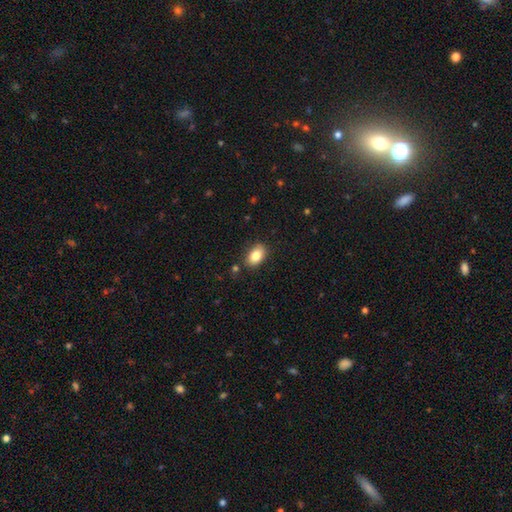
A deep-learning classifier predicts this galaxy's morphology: smooth 83%, featured or disk 9%, star or artifact 8%. Down the decision tree: how rounded — in between (87%); merging — none (84%).